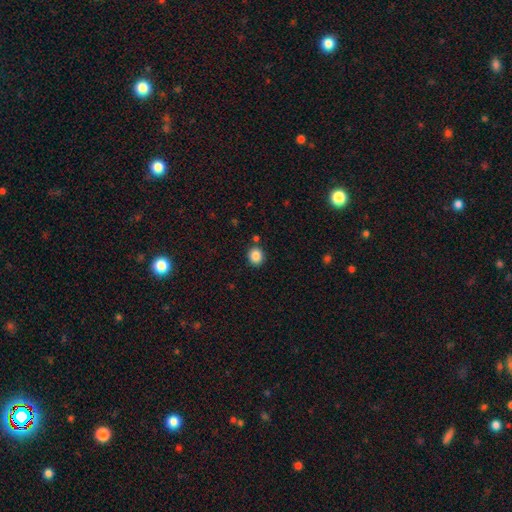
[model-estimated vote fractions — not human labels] The model was most divided on "how rounded": round: 77%, in between: 22%, cigar-shaped: 1%. More confident: smooth or featured — smooth (86%); merging — none (85%).